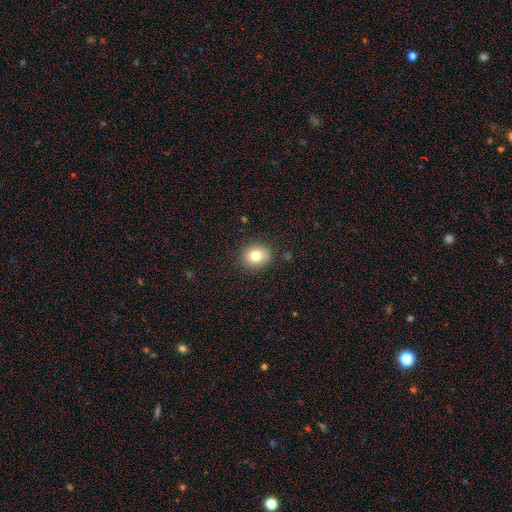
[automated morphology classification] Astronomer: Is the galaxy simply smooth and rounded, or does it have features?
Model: smooth — 79%.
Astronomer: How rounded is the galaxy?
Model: round — 75%.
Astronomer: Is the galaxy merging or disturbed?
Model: none — 87%.